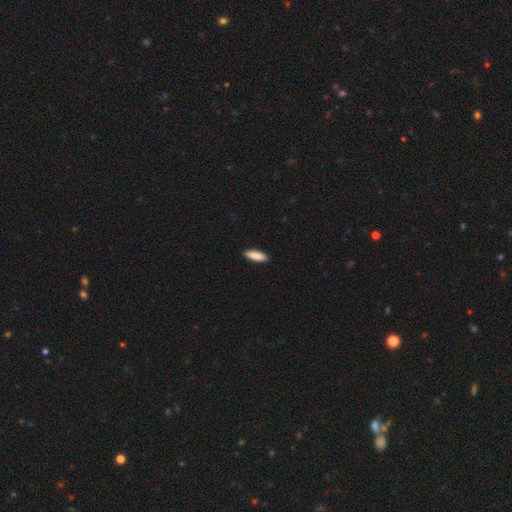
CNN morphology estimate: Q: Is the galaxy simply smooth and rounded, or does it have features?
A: smooth — 89%.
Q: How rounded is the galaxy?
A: in between — 57%.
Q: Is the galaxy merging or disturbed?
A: none — 90%.